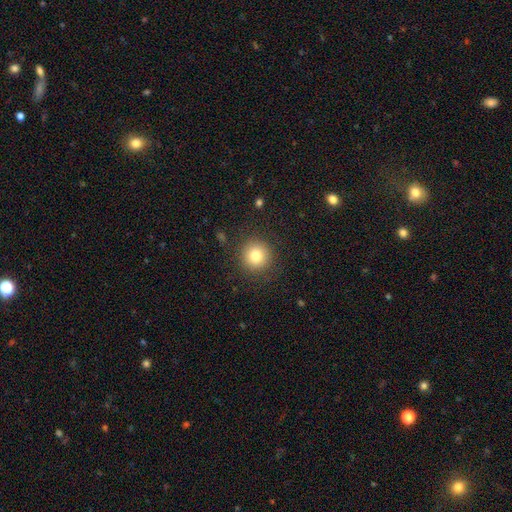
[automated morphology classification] Smooth or featured? Predicted: smooth (p=0.79). How rounded? Predicted: round (p=0.94). Merging? Predicted: none (p=0.89).